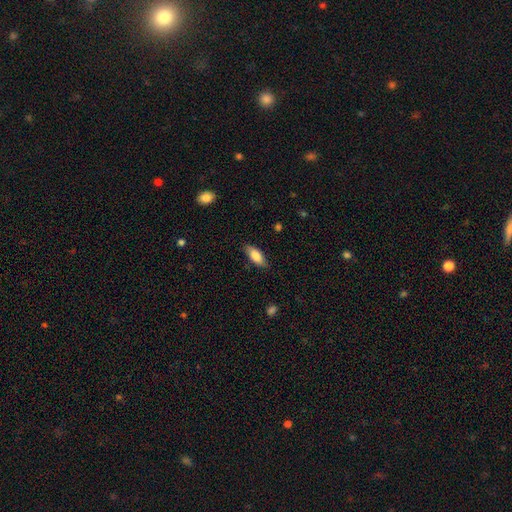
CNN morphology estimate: Smooth or featured? smooth (82%)
How rounded? in between (78%)
Merging? none (83%)